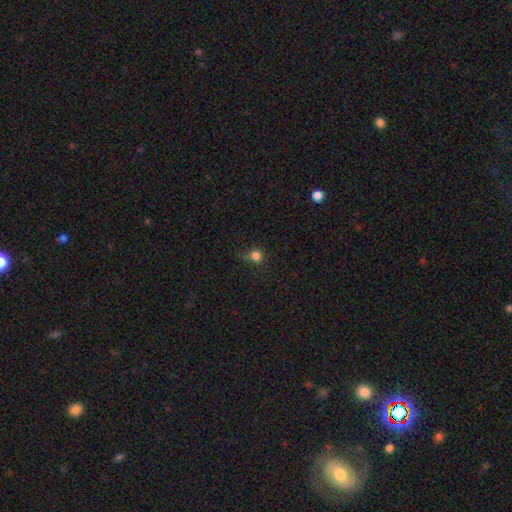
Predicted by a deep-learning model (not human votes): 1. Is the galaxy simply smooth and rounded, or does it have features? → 79% smooth, 15% star or artifact, 6% featured or disk.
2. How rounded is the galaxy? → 89% round, 10% in between, 1% cigar-shaped.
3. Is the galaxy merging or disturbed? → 64% none, 22% minor disturbance, 11% major disturbance, 3% merger.